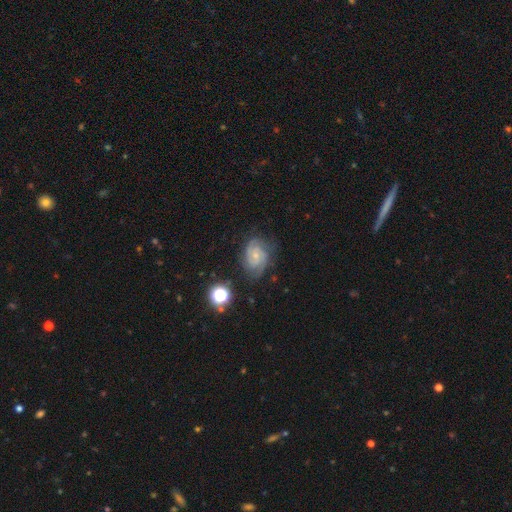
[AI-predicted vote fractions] Smooth or featured?
  - featured or disk: 78% *
  - smooth: 13%
  - star or artifact: 9%
Edge-on disk?
  - no: 98% *
  - yes: 2%
Bar?
  - no: 68% *
  - weak: 28%
  - strong: 4%
Spiral arms?
  - yes: 96% *
  - no: 4%
Spiral winding?
  - tight: 53% *
  - medium: 38%
  - loose: 8%
Spiral arm count?
  - 2: 45% *
  - 3: 23%
  - can't tell: 19%
  - 4: 5%
  - 1: 4%
  - more than 4: 4%
Bulge size?
  - small: 70% *
  - moderate: 24%
  - none: 4%
  - large: 1%
  - dominant: 1%
Merging?
  - none: 70% *
  - minor disturbance: 21%
  - major disturbance: 8%
  - merger: 2%